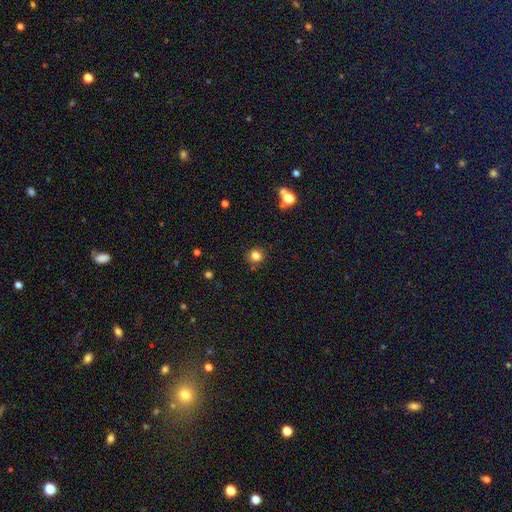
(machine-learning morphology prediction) A smooth galaxy with no disk features (81%) that is round (91%).

Vote fractions:
- Smooth or featured? smooth: 81% / star or artifact: 14% / featured or disk: 5%
- How rounded? round: 91% / in between: 9% / cigar-shaped: 1%
- Merging? none: 87% / minor disturbance: 8% / merger: 3% / major disturbance: 2%